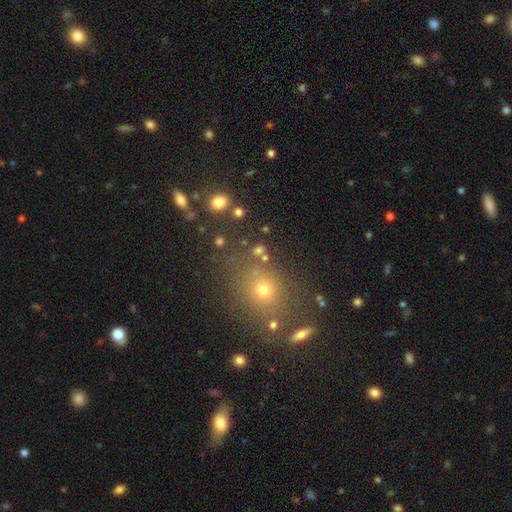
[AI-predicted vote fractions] This is possibly a smooth galaxy (54%). How rounded: likely round (71%). Merging: likely none (77%).